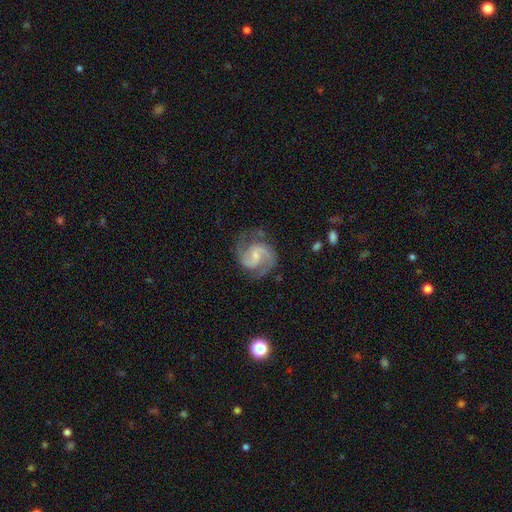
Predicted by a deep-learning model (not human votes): smooth_or_featured: featured or disk (p=0.91) [alt: smooth p=0.05]
disk_edge_on: no (p=0.98) [alt: yes p=0.02]
bar: weak (p=0.51) [alt: no p=0.36]
has_spiral_arms: yes (p=0.98) [alt: no p=0.02]
spiral_winding: medium (p=0.60) [alt: tight p=0.25]
spiral_arm_count: 2 (p=0.91) [alt: 3 p=0.03]
bulge_size: small (p=0.62) [alt: moderate p=0.28]
merging: none (p=0.75) [alt: minor disturbance p=0.17]